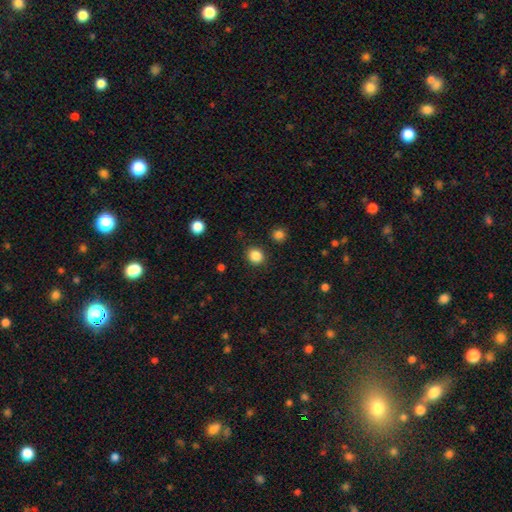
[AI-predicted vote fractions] Smooth or featured? Predicted: smooth (p=0.85). How rounded? Predicted: round (p=0.85). Merging? Predicted: none (p=0.89).